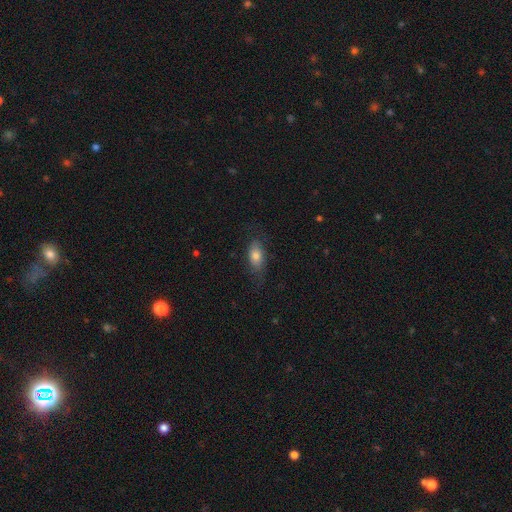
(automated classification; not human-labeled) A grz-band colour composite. It shows a smooth galaxy with no disk features (71%) that is in between round and cigar-shaped (86%). Merging: none (67%).